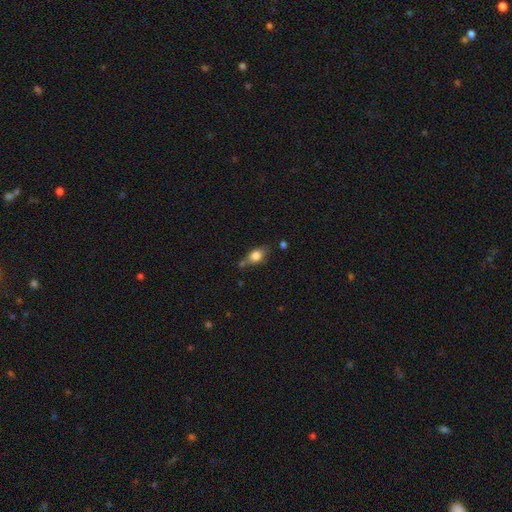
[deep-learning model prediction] Q: Smooth or featured?
A: smooth (78%); runner-up: featured or disk (14%)
Q: How rounded?
A: in between (72%); runner-up: round (22%)
Q: Merging?
A: none (56%); runner-up: minor disturbance (24%)